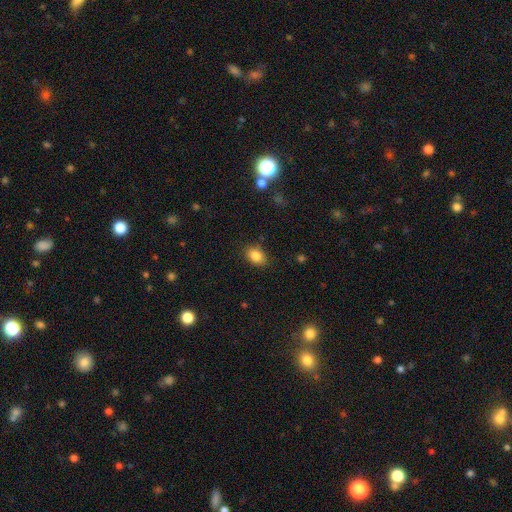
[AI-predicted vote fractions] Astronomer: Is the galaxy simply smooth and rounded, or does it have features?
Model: smooth — 85%.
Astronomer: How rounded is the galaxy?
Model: in between — 75%.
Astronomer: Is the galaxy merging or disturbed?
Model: none — 83%.